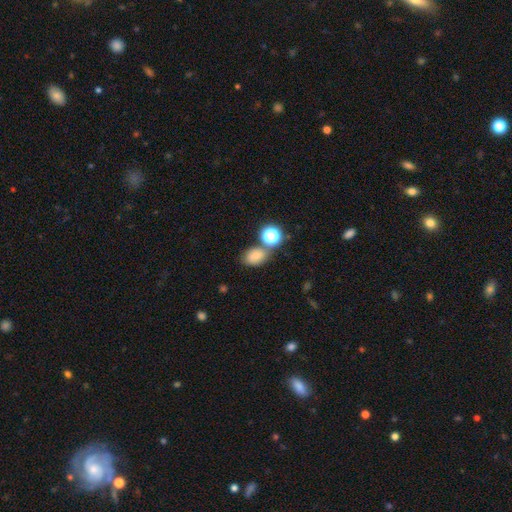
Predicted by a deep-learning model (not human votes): Morphology: type=smooth (73%); roundness=in between (66%); merging=none (60%).